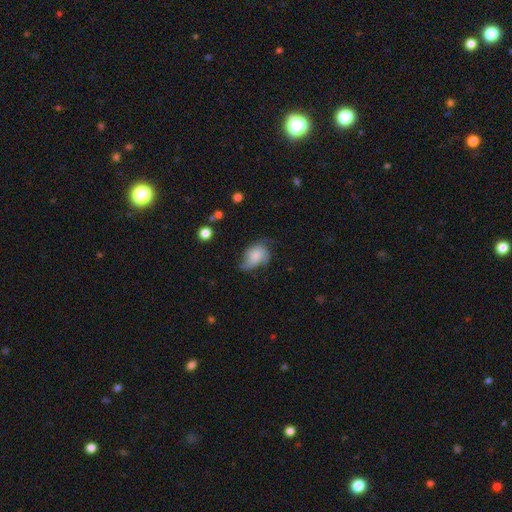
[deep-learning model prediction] Smooth or featured? Predicted: smooth (p=0.56). How rounded? Predicted: in between (p=0.78). Merging? Predicted: none (p=0.36).